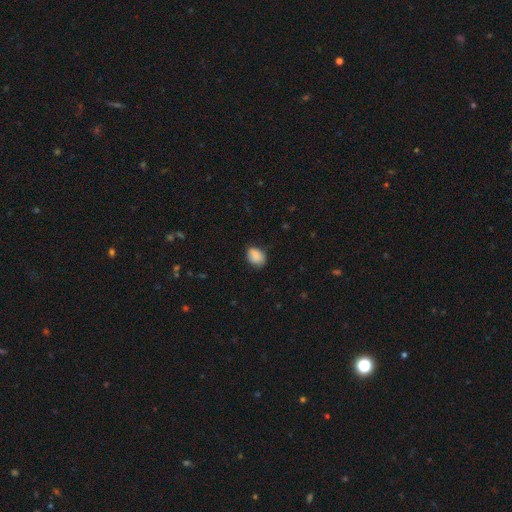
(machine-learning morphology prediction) A smooth galaxy with no disk features (89%) that is in between round and cigar-shaped (74%). Merging: none (81%).